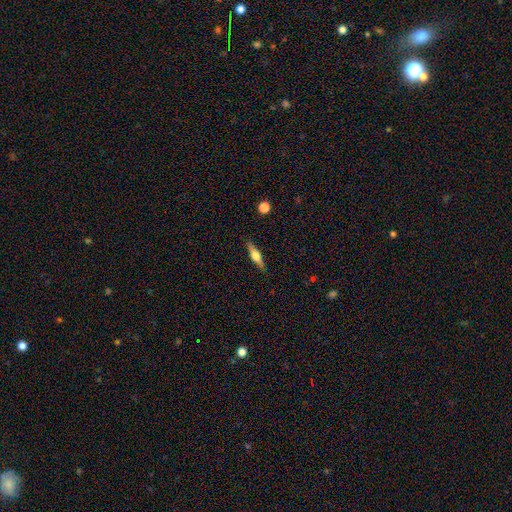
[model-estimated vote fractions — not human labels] Q: Smooth or featured?
A: featured or disk (60%); runner-up: smooth (33%)
Q: Edge-on disk?
A: yes (96%); runner-up: no (4%)
Q: Edge-on bulge?
A: rounded (92%); runner-up: boxy (6%)
Q: Merging?
A: none (89%); runner-up: minor disturbance (8%)